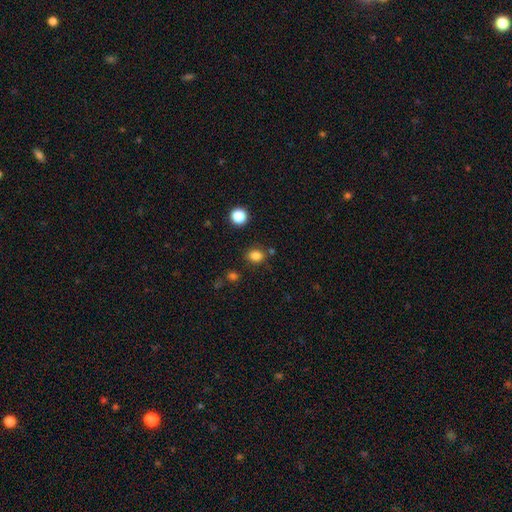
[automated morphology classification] The model was most divided on "how rounded": round: 52%, in between: 47%, cigar-shaped: 1%. More confident: smooth or featured — smooth (81%); merging — none (79%).